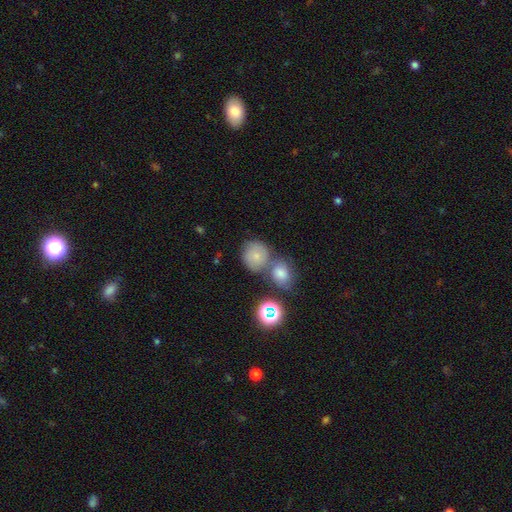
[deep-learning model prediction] Morphology: type=smooth (73%); roundness=round (79%); merging=none (45%).